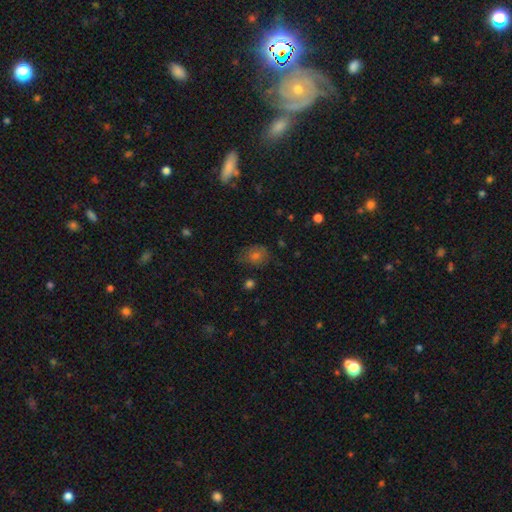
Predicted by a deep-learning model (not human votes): This appears to be a smooth galaxy with no disk features (59%) that is in between round and cigar-shaped (50%). Merging: none (71%).